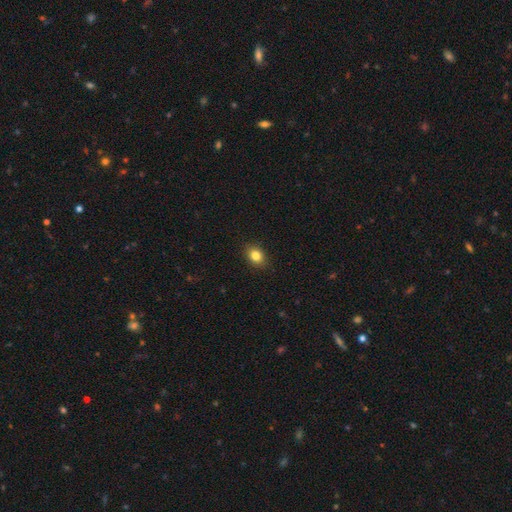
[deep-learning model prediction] Q: Smooth or featured?
A: smooth (83%); runner-up: star or artifact (10%)
Q: How rounded?
A: in between (62%); runner-up: round (37%)
Q: Merging?
A: none (88%); runner-up: minor disturbance (9%)